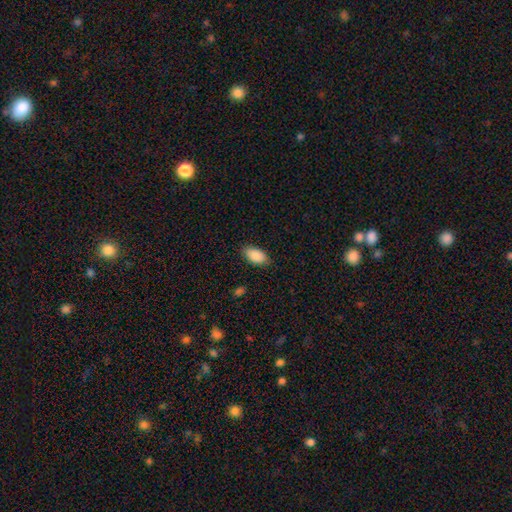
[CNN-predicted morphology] This appears to be a smooth galaxy with no disk features (89%) that is in between round and cigar-shaped (94%). Merging: none (85%).